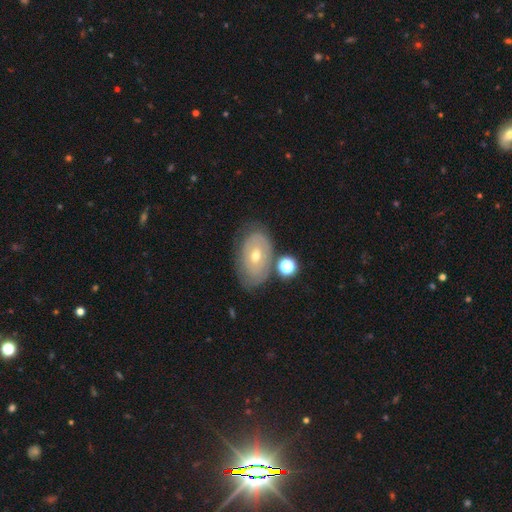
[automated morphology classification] Smooth or featured? Predicted: featured or disk (p=0.60). Edge-on disk? Predicted: no (p=0.93). Bar? Predicted: no (p=0.78). Spiral arms? Predicted: yes (p=0.56). Bulge size? Predicted: moderate (p=0.53). Merging? Predicted: none (p=0.69).